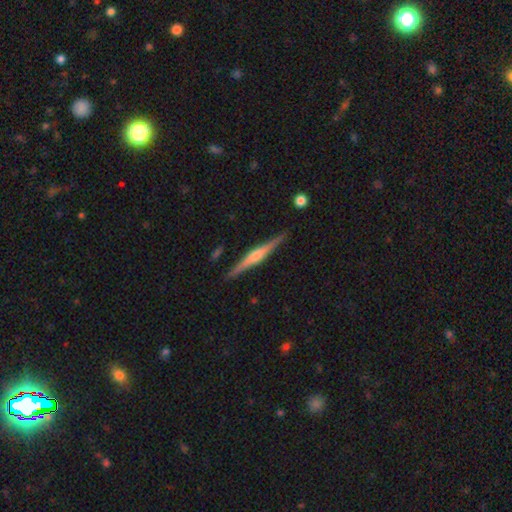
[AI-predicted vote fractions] smooth_or_featured: featured or disk (p=0.74) [alt: smooth p=0.21]
disk_edge_on: yes (p=0.98) [alt: no p=0.02]
edge_on_bulge: rounded (p=0.75) [alt: boxy p=0.14]
merging: none (p=0.90) [alt: minor disturbance p=0.07]